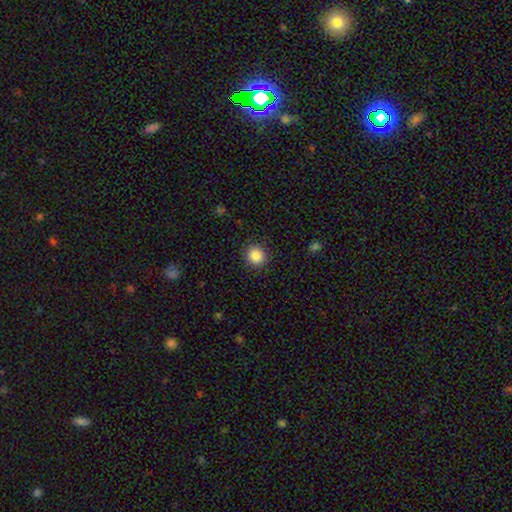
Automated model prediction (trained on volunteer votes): A smooth galaxy with no disk features (86%) that is round (91%).

Vote fractions:
- Smooth or featured? smooth: 86% / star or artifact: 10% / featured or disk: 4%
- How rounded? round: 91% / in between: 8% / cigar-shaped: 1%
- Merging? none: 90% / minor disturbance: 6% / major disturbance: 2% / merger: 1%